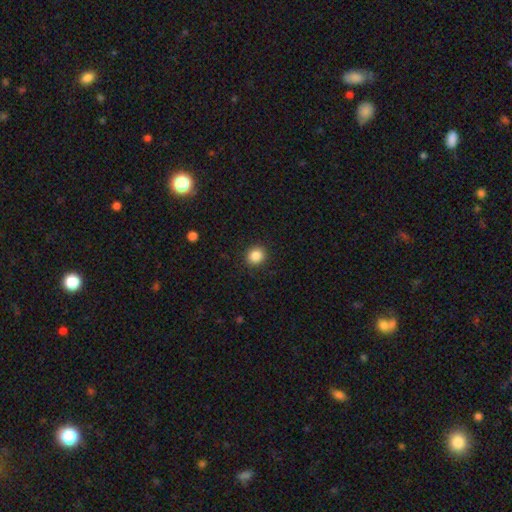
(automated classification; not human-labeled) Smooth or featured: smooth — 87% (star or artifact — 10%)
How rounded: round — 82% (in between — 17%)
Merging: none — 90% (minor disturbance — 7%)